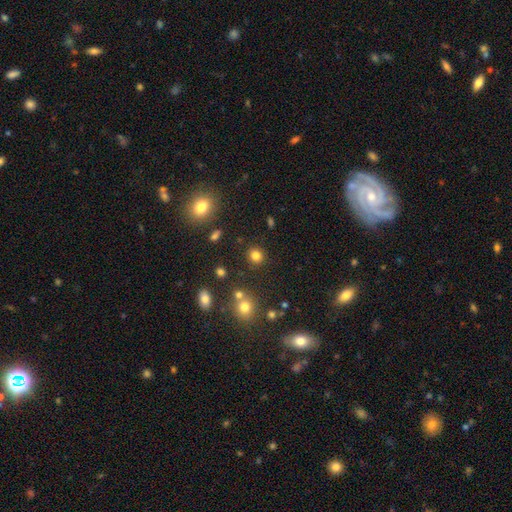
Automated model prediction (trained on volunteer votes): Smooth or featured? smooth (81%)
How rounded? round (86%)
Merging? none (87%)